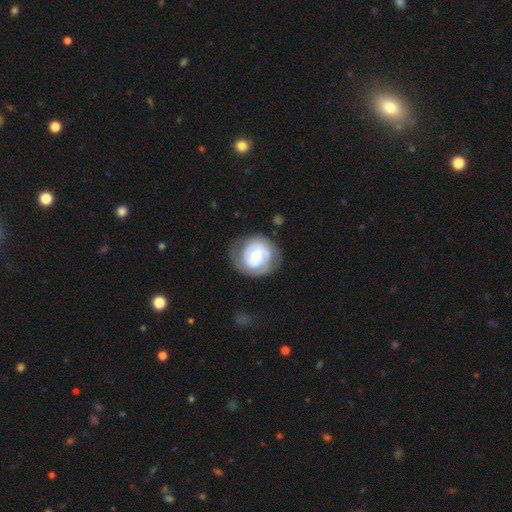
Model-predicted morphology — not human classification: This appears to be a featured or disk galaxy (63%) with no bar (63%), spiral arms (71%) and a moderate central bulge (65%). Merging: none (71%).